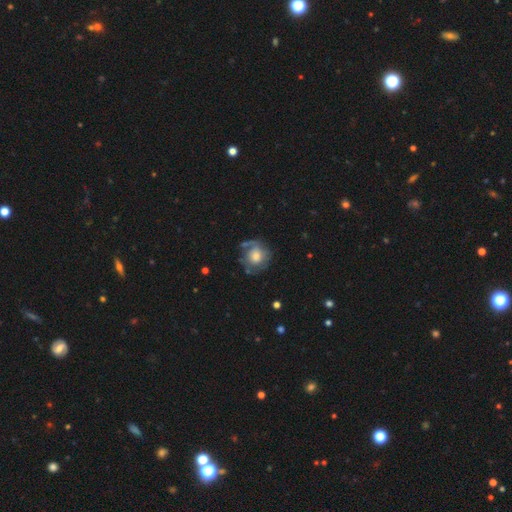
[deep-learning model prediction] A smooth galaxy with no disk features (49%).

Vote fractions:
- Smooth or featured? smooth: 49% / featured or disk: 42% / star or artifact: 9%
- Merging? none: 59% / minor disturbance: 22% / major disturbance: 13% / merger: 5%